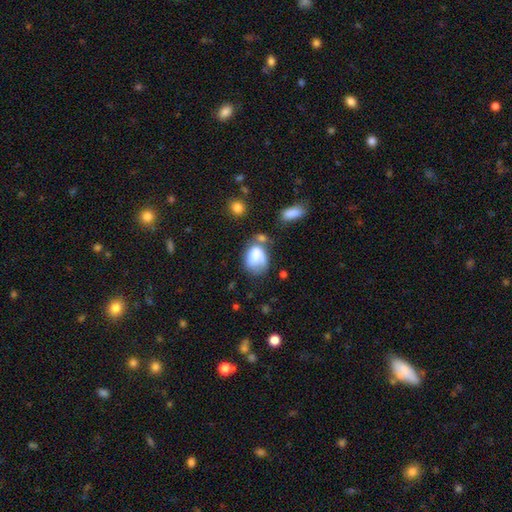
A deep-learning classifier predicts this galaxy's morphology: type=smooth (60%); roundness=in between (68%); merging=none (34%).